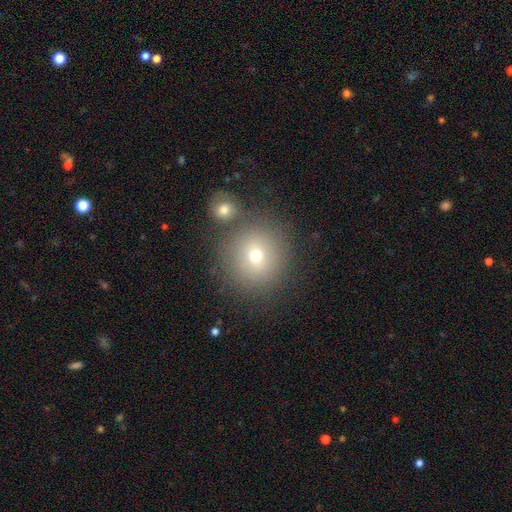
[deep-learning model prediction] smooth 70%, star or artifact 15%, featured or disk 15%. Down the decision tree: how rounded — round (92%); merging — none (73%).